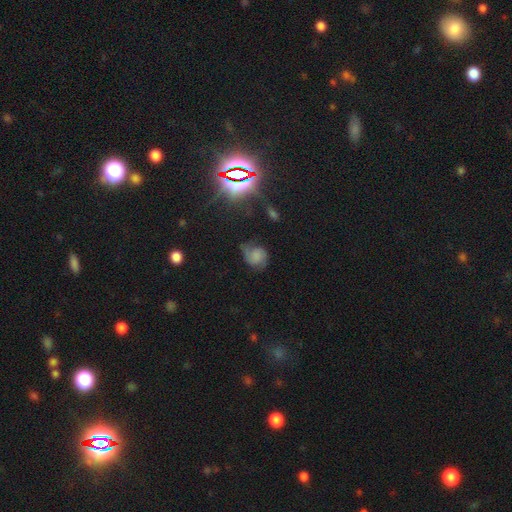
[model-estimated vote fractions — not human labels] The model was most divided on "smooth or featured": featured or disk: 49%, smooth: 37%, star or artifact: 14%. More confident: merging — none (58%).